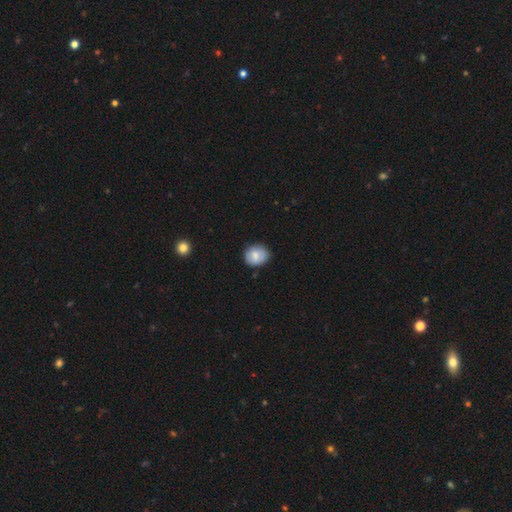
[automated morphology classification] Smooth or featured: smooth — 78% (featured or disk — 15%)
How rounded: round — 71% (in between — 28%)
Merging: none — 80% (minor disturbance — 15%)